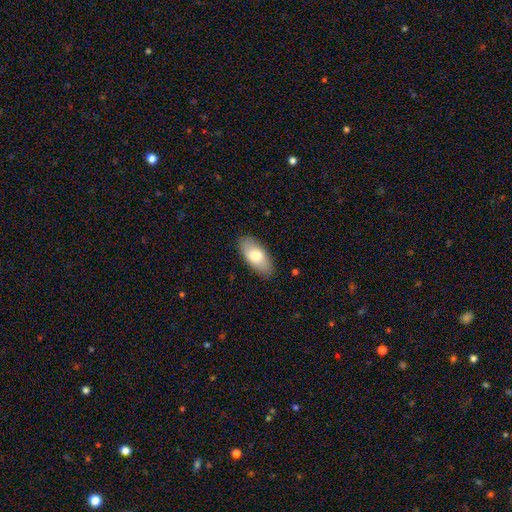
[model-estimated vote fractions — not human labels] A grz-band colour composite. It shows a smooth galaxy with no disk features (73%) that is in between round and cigar-shaped (90%). Merging: none (86%).